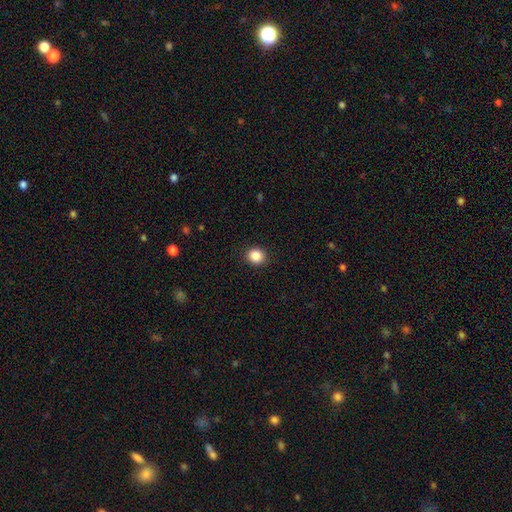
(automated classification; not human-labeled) smooth 87%, star or artifact 10%, featured or disk 3%. Down the decision tree: how rounded — round (81%); merging — none (92%).